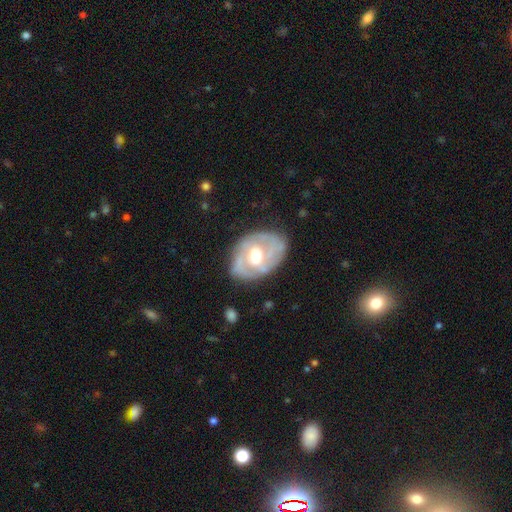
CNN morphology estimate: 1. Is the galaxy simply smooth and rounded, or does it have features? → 80% featured or disk, 15% smooth, 5% star or artifact.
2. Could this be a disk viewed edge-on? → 96% no, 4% yes.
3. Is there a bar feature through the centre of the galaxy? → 50% no, 39% weak, 12% strong.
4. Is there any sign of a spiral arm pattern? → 80% yes, 20% no.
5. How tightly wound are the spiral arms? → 54% tight, 34% medium, 12% loose.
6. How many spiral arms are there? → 39% 2, 32% can't tell, 16% 3, 5% 1, 4% 4, 3% more than 4.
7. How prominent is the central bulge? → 75% moderate, 14% large, 10% small, 1% dominant, 1% none.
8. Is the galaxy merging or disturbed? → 73% none, 20% minor disturbance, 6% major disturbance, 1% merger.